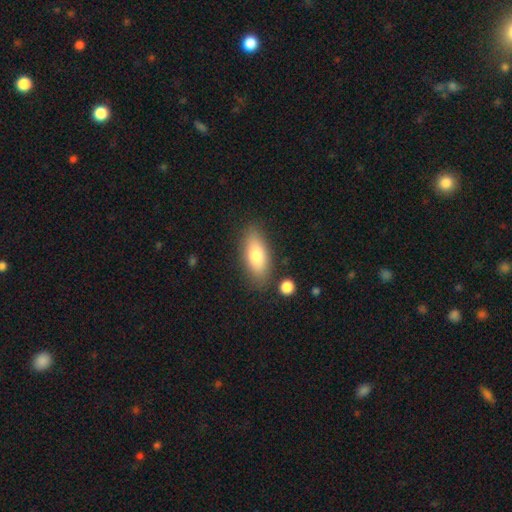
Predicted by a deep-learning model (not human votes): Smooth or featured?
  - smooth: 77% *
  - featured or disk: 17%
  - star or artifact: 7%
How rounded?
  - in between: 79% *
  - cigar-shaped: 18%
  - round: 3%
Merging?
  - none: 82% *
  - minor disturbance: 12%
  - merger: 4%
  - major disturbance: 3%